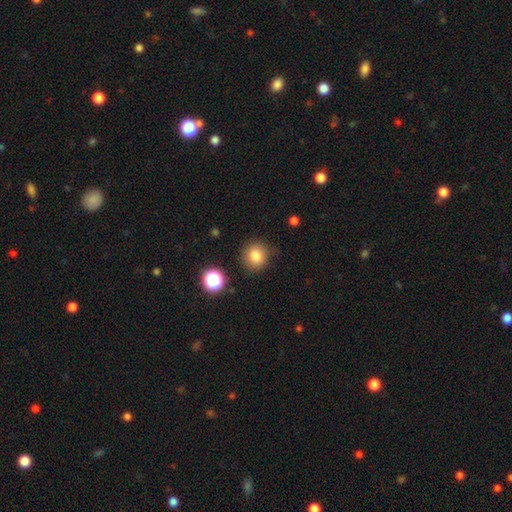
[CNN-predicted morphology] smooth 82%, star or artifact 12%, featured or disk 6%. Down the decision tree: how rounded — round (89%); merging — none (84%).